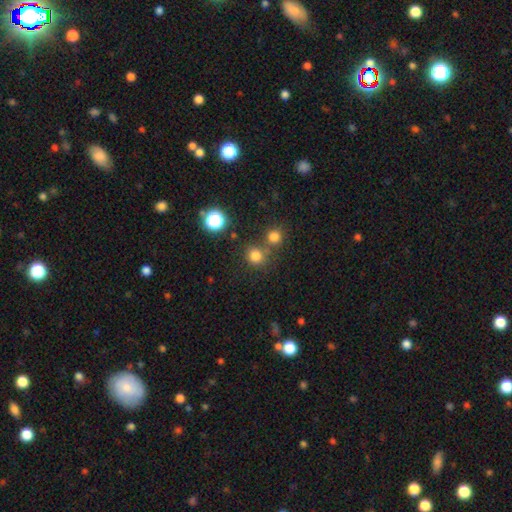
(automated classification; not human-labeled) Smooth or featured? smooth (76%)
How rounded? round (88%)
Merging? none (68%)